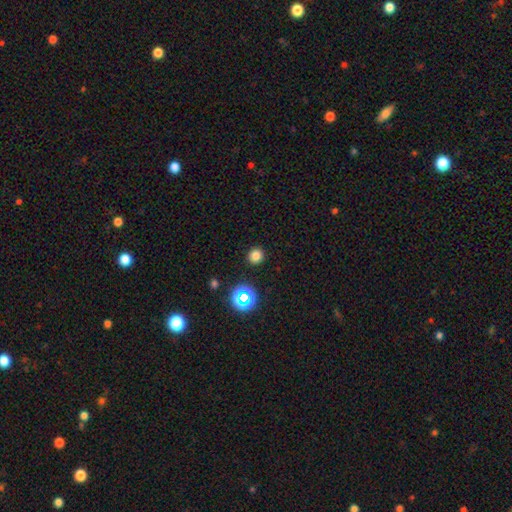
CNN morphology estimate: Smooth or featured? Predicted: smooth (p=0.79). How rounded? Predicted: round (p=0.88). Merging? Predicted: none (p=0.91).